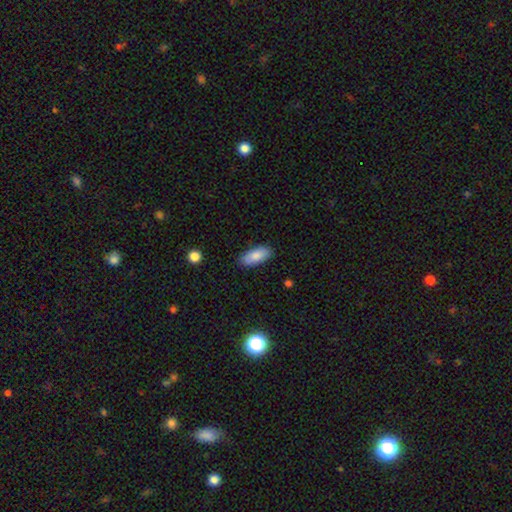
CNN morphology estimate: type=smooth (85%); roundness=in between (87%); merging=none (84%).